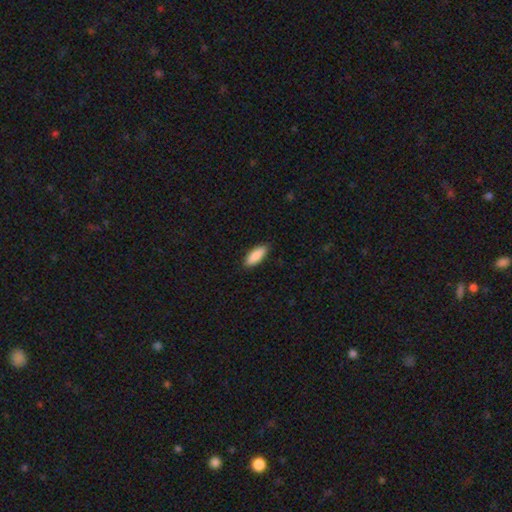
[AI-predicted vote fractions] Smooth or featured? smooth (89%)
How rounded? in between (71%)
Merging? none (89%)